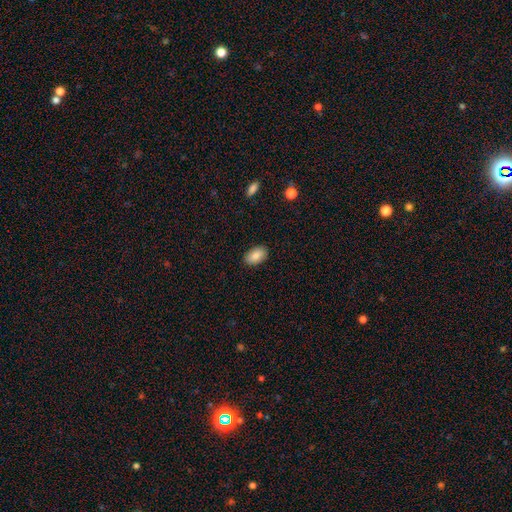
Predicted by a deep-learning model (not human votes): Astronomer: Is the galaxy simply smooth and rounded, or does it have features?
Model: smooth — 87%.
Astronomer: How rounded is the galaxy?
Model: in between — 93%.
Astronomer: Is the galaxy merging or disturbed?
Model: none — 89%.